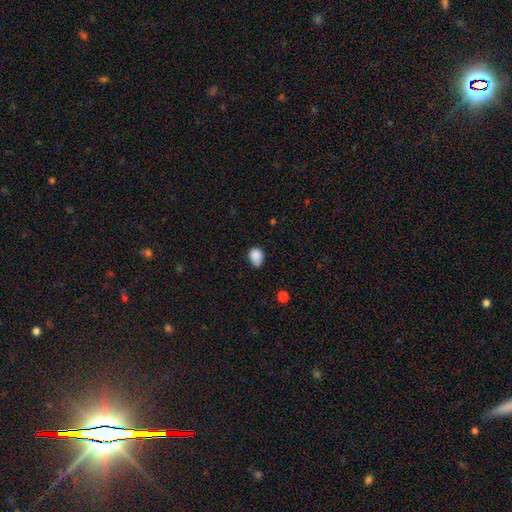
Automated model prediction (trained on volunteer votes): Smooth or featured? smooth (87%)
How rounded? in between (63%)
Merging? none (58%)